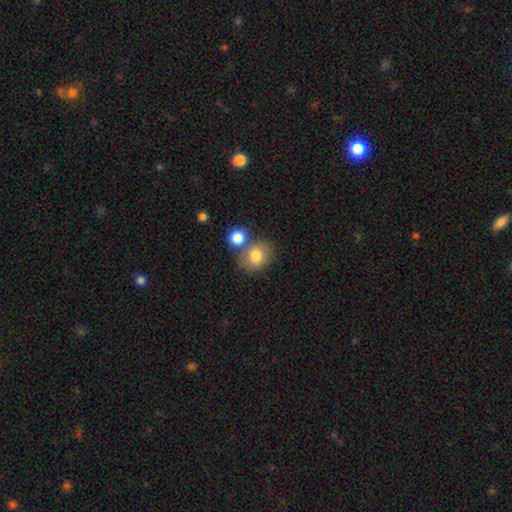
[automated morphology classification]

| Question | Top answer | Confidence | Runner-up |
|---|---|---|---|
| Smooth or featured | smooth | 80% | featured or disk (12%) |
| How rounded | round | 57% | in between (42%) |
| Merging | none | 53% | merger (32%) |